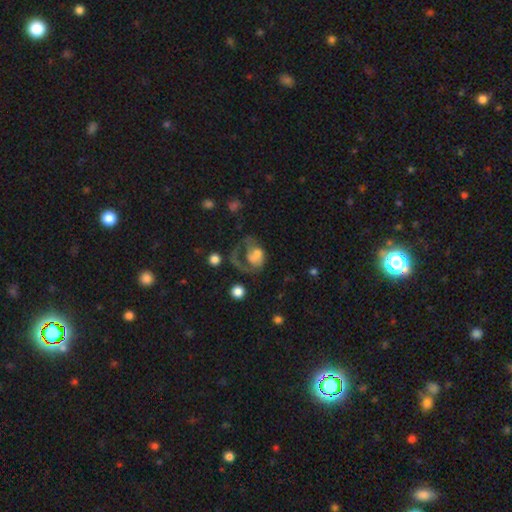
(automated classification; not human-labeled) A featured or disk galaxy (51%). Merging: major disturbance (51%).